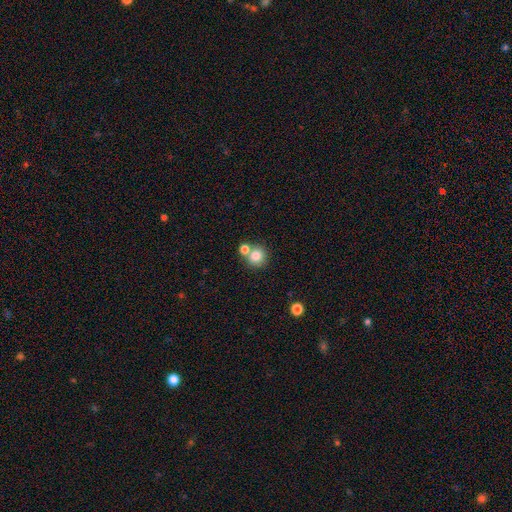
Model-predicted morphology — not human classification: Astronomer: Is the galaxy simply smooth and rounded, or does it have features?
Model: smooth — 81%.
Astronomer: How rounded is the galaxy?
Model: round — 89%.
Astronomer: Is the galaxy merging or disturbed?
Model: none — 57% (runner-up: merger, 32%).